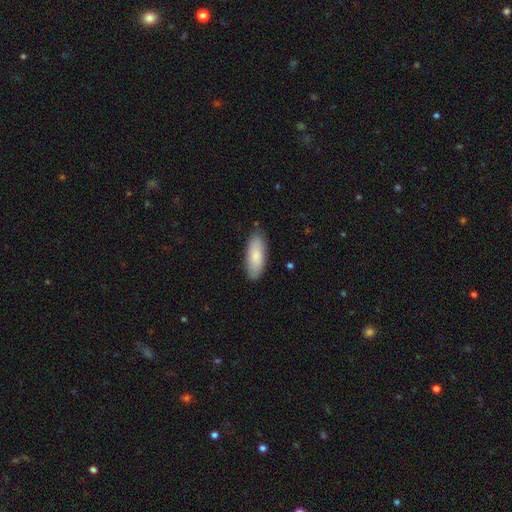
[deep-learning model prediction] smooth 83%, featured or disk 12%, star or artifact 5%. Down the decision tree: how rounded — in between (77%); merging — none (83%).